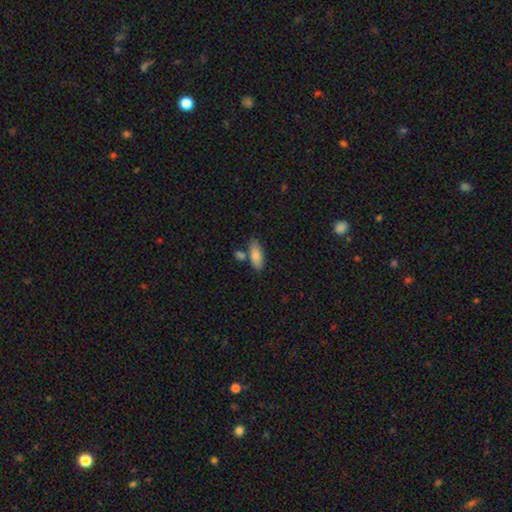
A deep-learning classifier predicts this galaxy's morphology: Overall: smooth (84%). How rounded: in between (79%). Merging: none (68%).